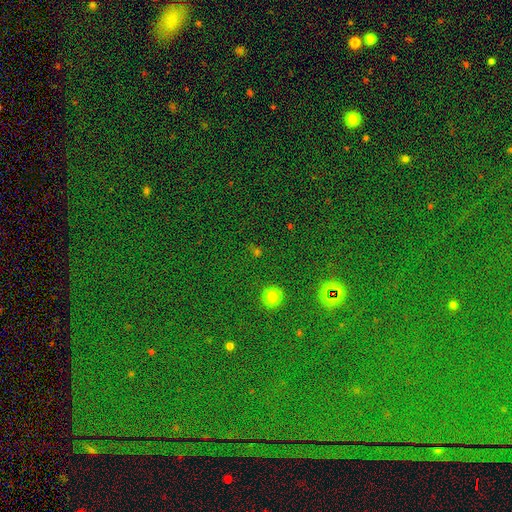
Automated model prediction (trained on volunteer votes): Morphology: type=star or artifact (81%).